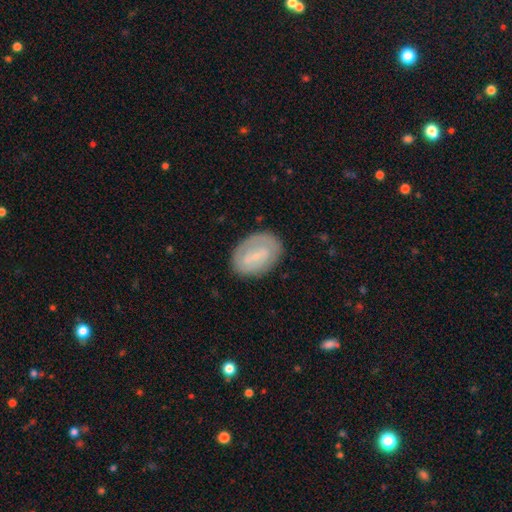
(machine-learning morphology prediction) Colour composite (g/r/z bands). It shows a featured or disk galaxy (48%). Merging: none (75%).